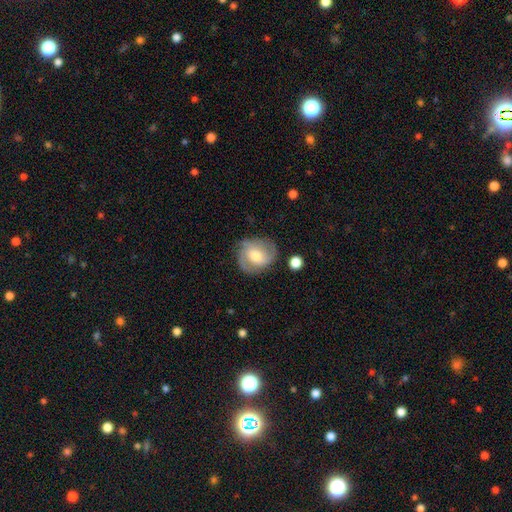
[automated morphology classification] The model was most divided on "spiral arm count": 2: 37%, 3: 34%, can't tell: 16%, 4: 5%, 1: 4%, more than 4: 3%. Remaining: edge-on disk — no (97%); spiral arms — yes (91%); merging — none (74%); bulge size — moderate (67%); smooth or featured — featured or disk (66%); bar — no (53%); spiral winding — medium (46%).